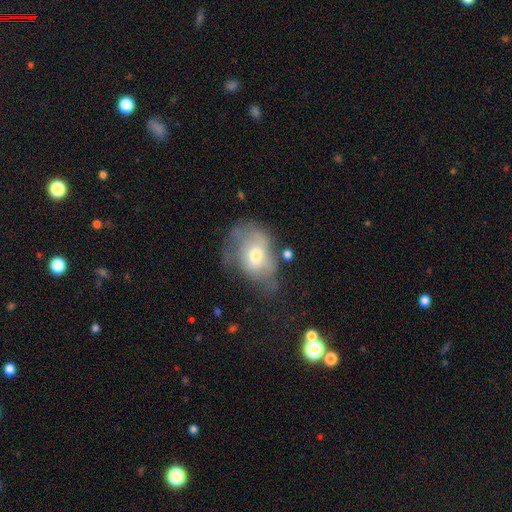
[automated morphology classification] Overall: smooth (55%; featured or disk 35%). How rounded: in between (72%). Merging: minor disturbance (33%; major disturbance 32%).